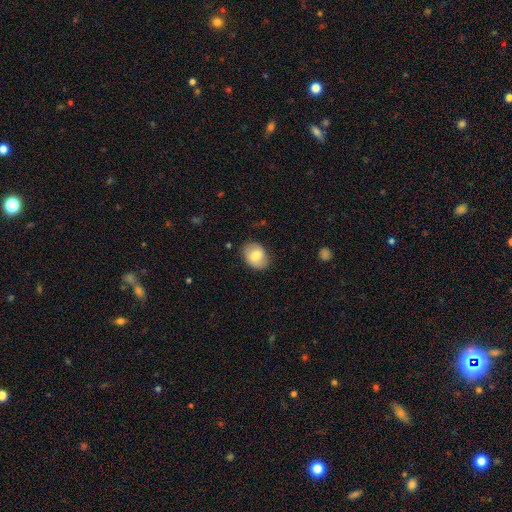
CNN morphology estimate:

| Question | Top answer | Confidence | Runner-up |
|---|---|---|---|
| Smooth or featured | smooth | 76% | featured or disk (17%) |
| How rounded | in between | 68% | round (31%) |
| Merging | none | 81% | minor disturbance (15%) |